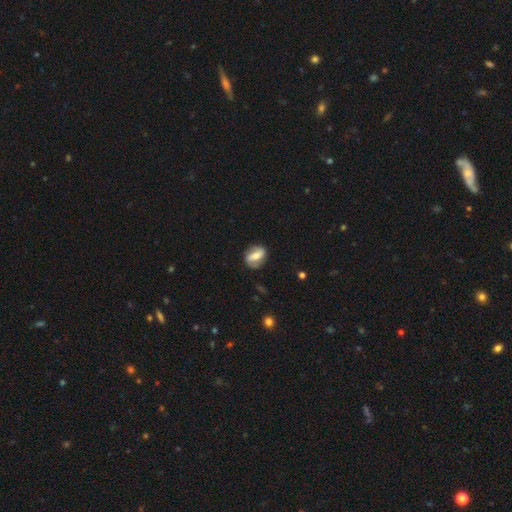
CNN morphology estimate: Q: Smooth or featured?
A: featured or disk (56%); runner-up: smooth (37%)
Q: Edge-on disk?
A: no (92%); runner-up: yes (8%)
Q: Bar?
A: strong (54%); runner-up: weak (29%)
Q: Spiral arms?
A: yes (69%); runner-up: no (31%)
Q: Bulge size?
A: moderate (54%); runner-up: small (30%)
Q: Merging?
A: none (80%); runner-up: minor disturbance (14%)